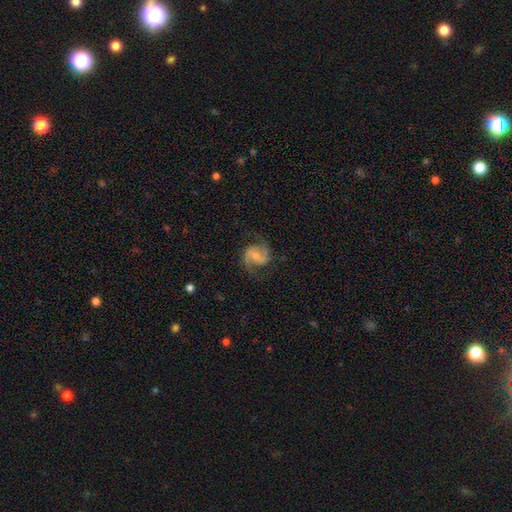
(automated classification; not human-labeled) Q: Smooth or featured?
A: featured or disk (83%); runner-up: smooth (11%)
Q: Edge-on disk?
A: no (98%); runner-up: yes (2%)
Q: Bar?
A: weak (46%); runner-up: no (38%)
Q: Spiral arms?
A: yes (96%); runner-up: no (4%)
Q: Spiral winding?
A: medium (54%); runner-up: loose (32%)
Q: Spiral arm count?
A: 2 (92%); runner-up: can't tell (3%)
Q: Bulge size?
A: small (48%); runner-up: moderate (41%)
Q: Merging?
A: none (74%); runner-up: minor disturbance (16%)